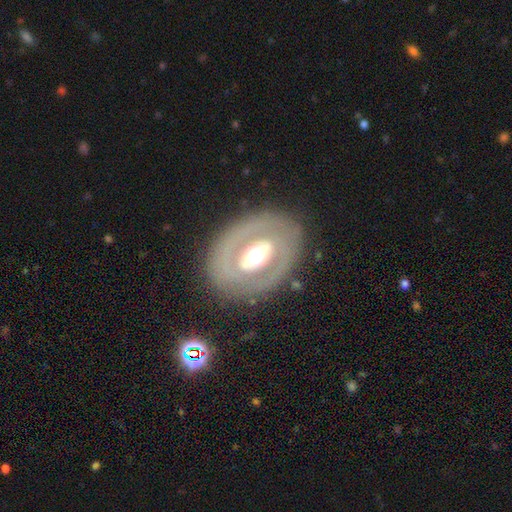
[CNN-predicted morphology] The model was most divided on "bar": strong: 41%, no: 31%, weak: 28%. More confident: edge-on disk — no (92%); merging — none (79%); spiral arms — no (78%); smooth or featured — featured or disk (69%); bulge size — moderate (58%).